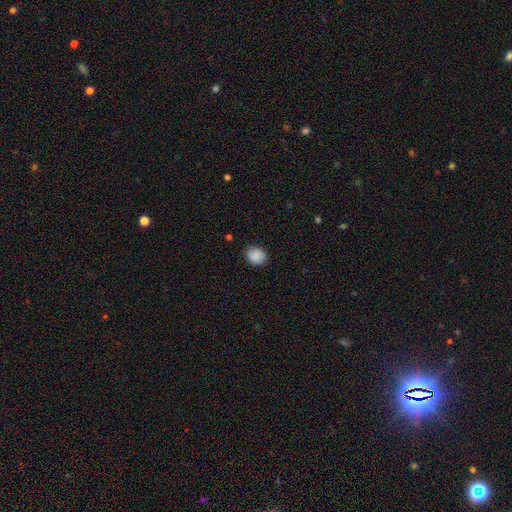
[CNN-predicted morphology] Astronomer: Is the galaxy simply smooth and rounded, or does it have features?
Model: smooth — 88%.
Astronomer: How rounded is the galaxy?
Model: round — 60% (runner-up: in between, 39%).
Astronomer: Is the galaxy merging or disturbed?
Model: none — 85%.